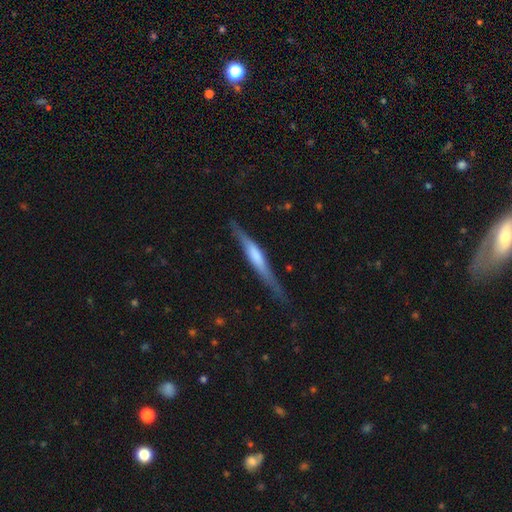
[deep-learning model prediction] A featured or disk galaxy (57%) viewed edge-on (94%) with a rounded central bulge (36%). Merging: none (76%).